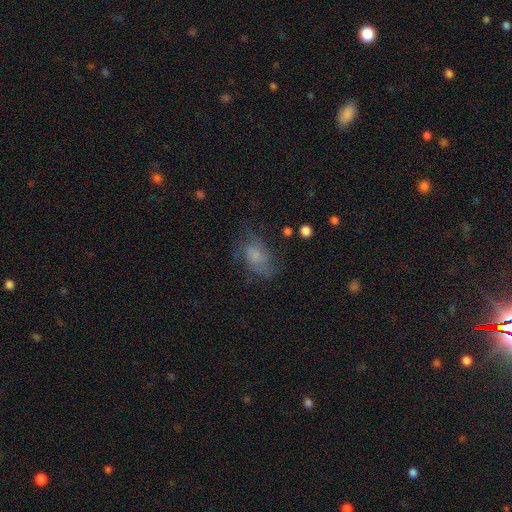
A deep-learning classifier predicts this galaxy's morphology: Overall: smooth (47%; featured or disk 41%). Merging: none (51%; minor disturbance 24%).